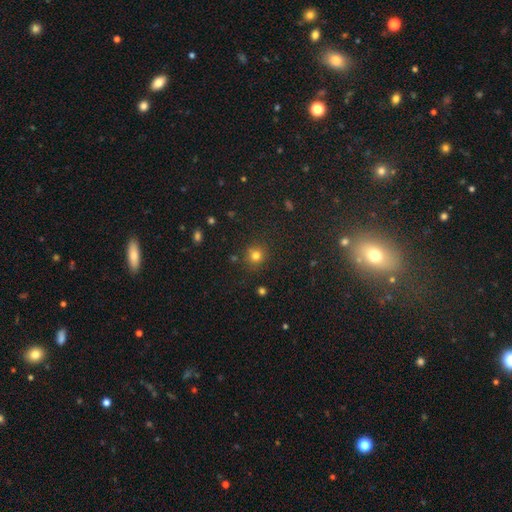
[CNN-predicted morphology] Smooth or featured? smooth (77%)
How rounded? round (89%)
Merging? none (84%)